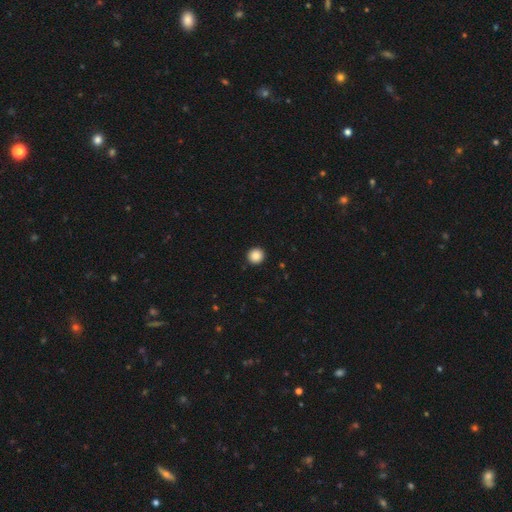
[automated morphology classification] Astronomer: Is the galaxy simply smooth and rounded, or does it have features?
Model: smooth — 88%.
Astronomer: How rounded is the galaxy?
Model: round — 94%.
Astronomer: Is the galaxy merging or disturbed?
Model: none — 93%.